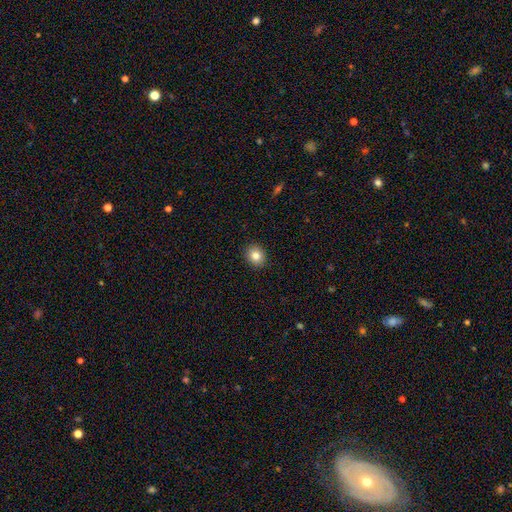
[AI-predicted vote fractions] smooth 83%, star or artifact 10%, featured or disk 7%. Down the decision tree: how rounded — round (72%); merging — none (91%).